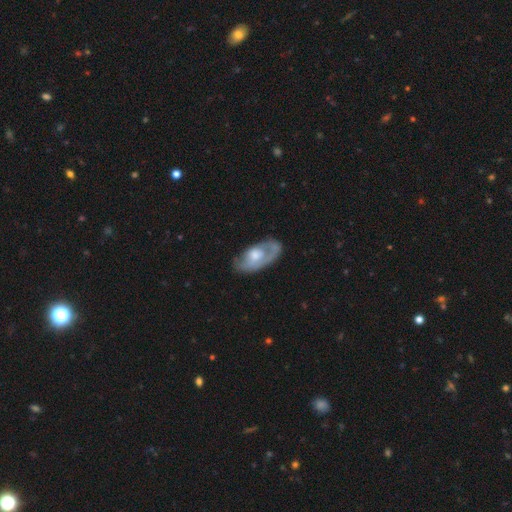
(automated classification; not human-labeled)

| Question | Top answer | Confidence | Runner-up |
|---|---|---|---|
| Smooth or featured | featured or disk | 58% | smooth (37%) |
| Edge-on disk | no | 89% | yes (11%) |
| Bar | no | 79% | weak (18%) |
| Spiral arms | yes | 54% | no (46%) |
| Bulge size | moderate | 55% | large (22%) |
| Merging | none | 59% | minor disturbance (25%) |